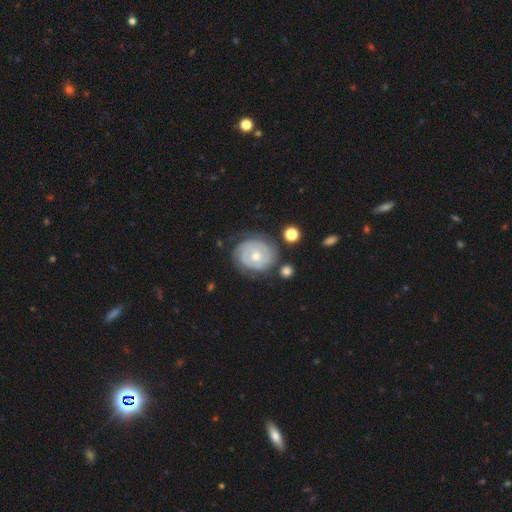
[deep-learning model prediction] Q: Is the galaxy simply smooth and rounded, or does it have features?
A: featured or disk — 81%.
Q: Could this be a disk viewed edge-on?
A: no — 98%.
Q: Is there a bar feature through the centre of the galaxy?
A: no — 74%.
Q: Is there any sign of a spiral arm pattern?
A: yes — 92%.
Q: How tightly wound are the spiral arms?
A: tight — 79%.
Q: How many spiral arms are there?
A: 2 — 38%.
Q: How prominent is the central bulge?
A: moderate — 57%.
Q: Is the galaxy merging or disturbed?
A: none — 71%.